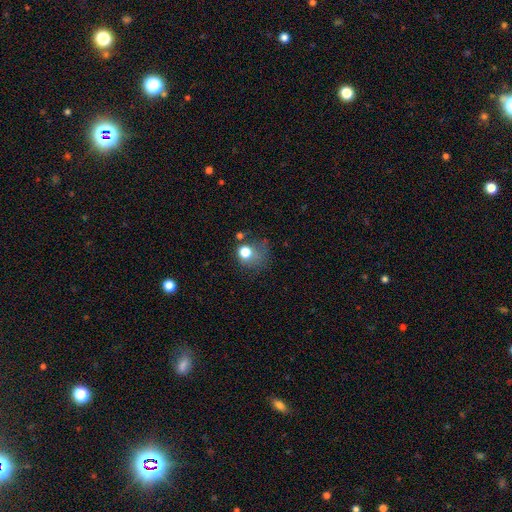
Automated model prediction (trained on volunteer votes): Smooth or featured? smooth (60%)
How rounded? round (78%)
Merging? none (41%)